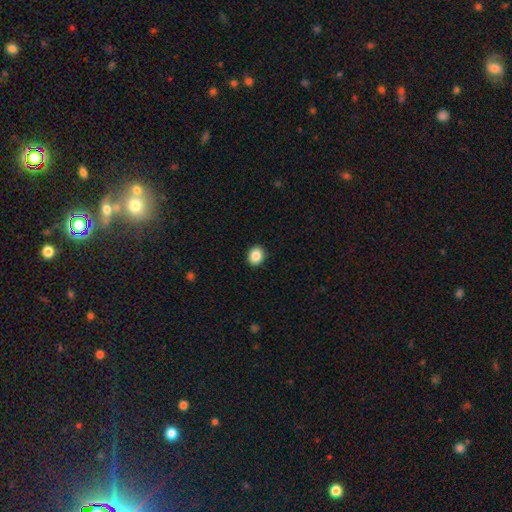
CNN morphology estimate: smooth 87%, star or artifact 9%, featured or disk 4%. Down the decision tree: how rounded — round (62%); merging — none (91%).